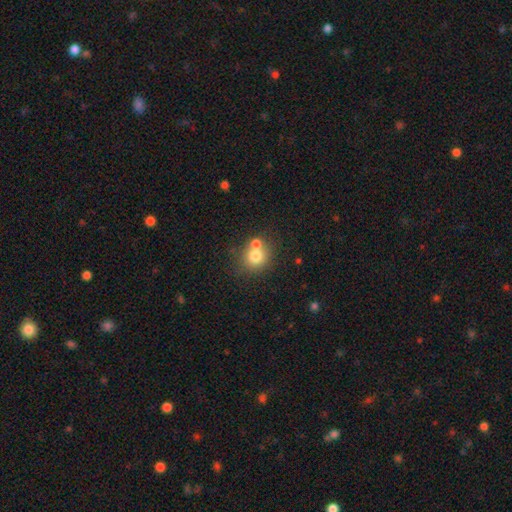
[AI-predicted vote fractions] A smooth galaxy with no disk features (74%) that is round (83%). Merging: none (53%).